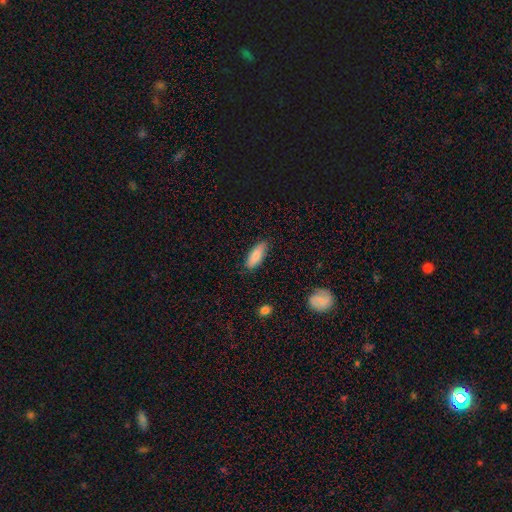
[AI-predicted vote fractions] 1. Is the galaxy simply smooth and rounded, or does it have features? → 84% smooth, 10% featured or disk, 6% star or artifact.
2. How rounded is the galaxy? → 67% in between, 31% cigar-shaped, 2% round.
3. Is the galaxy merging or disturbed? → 83% none, 13% minor disturbance, 2% major disturbance, 1% merger.